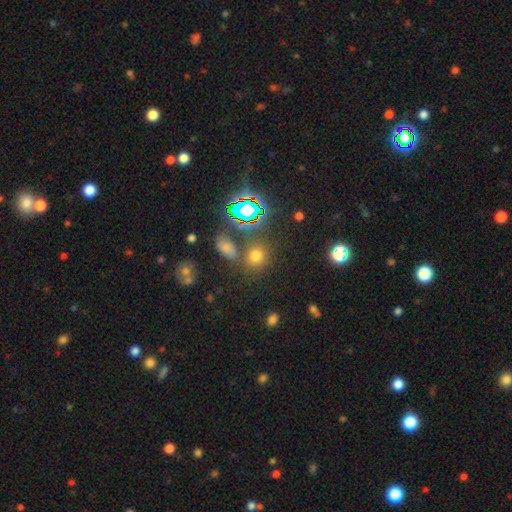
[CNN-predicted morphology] type=smooth (60%); roundness=round (69%); merging=none (72%).